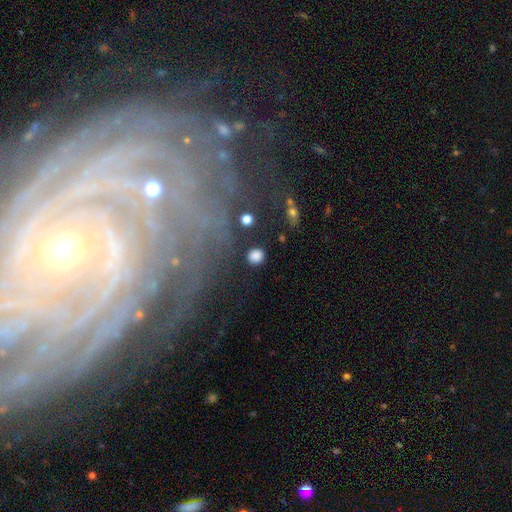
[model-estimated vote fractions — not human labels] smooth-or-featured: smooth: 84% | star or artifact: 11% | featured or disk: 6%
  how-rounded: round: 87% | in between: 12% | cigar-shaped: 1%
  merging: none: 87% | minor disturbance: 7% | major disturbance: 3% | merger: 2%